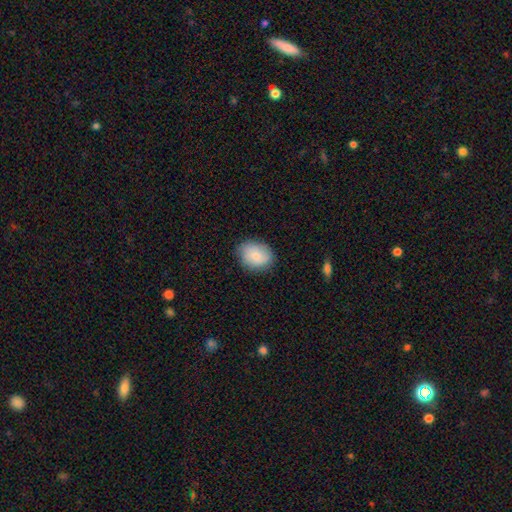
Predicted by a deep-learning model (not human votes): Smooth or featured? smooth (80%)
How rounded? in between (57%)
Merging? none (81%)